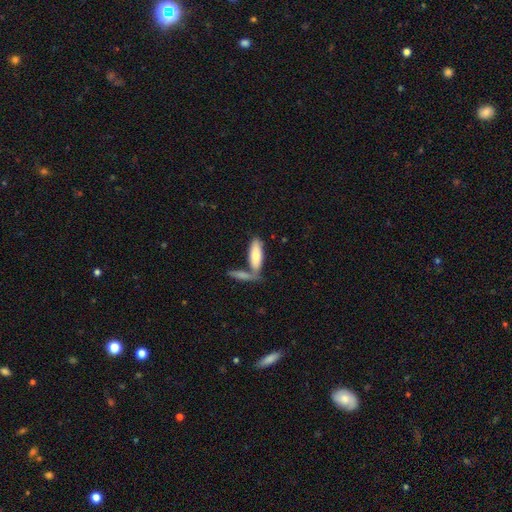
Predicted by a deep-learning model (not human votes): Smooth or featured? Predicted: smooth (p=0.74). How rounded? Predicted: in between (p=0.60). Merging? Predicted: none (p=0.50).